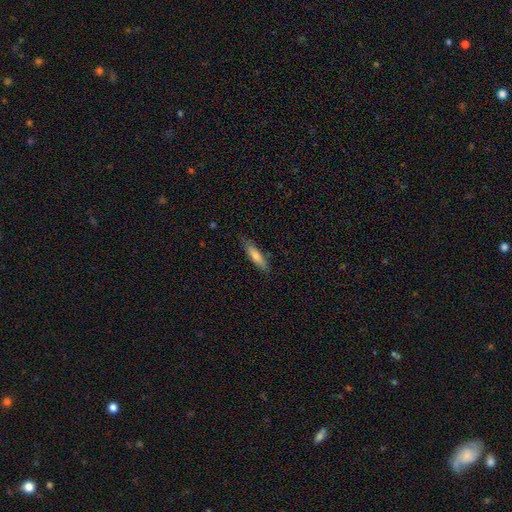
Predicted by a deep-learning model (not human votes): Morphology: type=smooth (67%); roundness=cigar-shaped (76%); merging=none (83%).